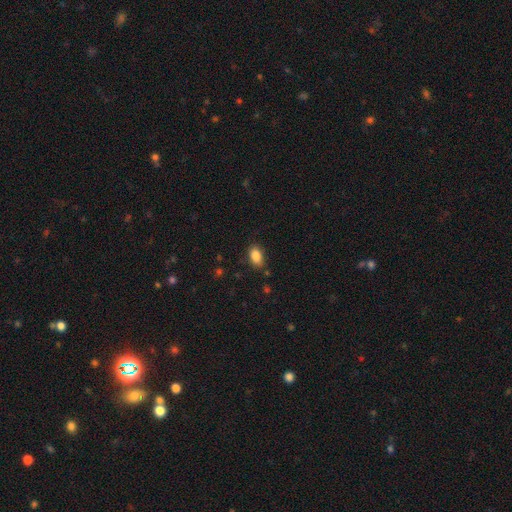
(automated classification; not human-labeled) A smooth galaxy with no disk features (88%) that is in between round and cigar-shaped (90%).

Vote fractions:
- Smooth or featured? smooth: 88% / star or artifact: 8% / featured or disk: 4%
- How rounded? in between: 90% / round: 7% / cigar-shaped: 3%
- Merging? none: 80% / minor disturbance: 15% / major disturbance: 3% / merger: 2%